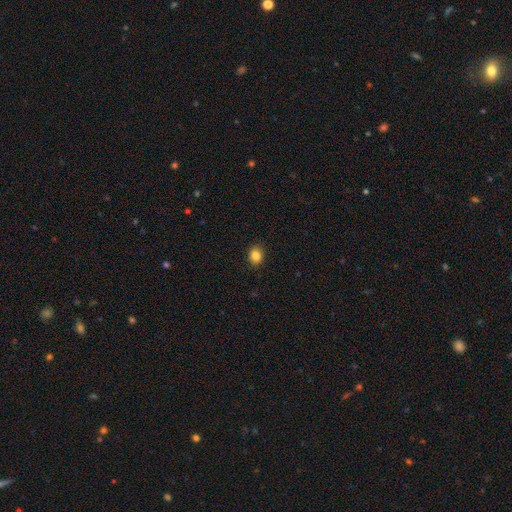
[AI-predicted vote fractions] smooth 85%, star or artifact 11%, featured or disk 5%. Down the decision tree: how rounded — round (68%); merging — none (87%).